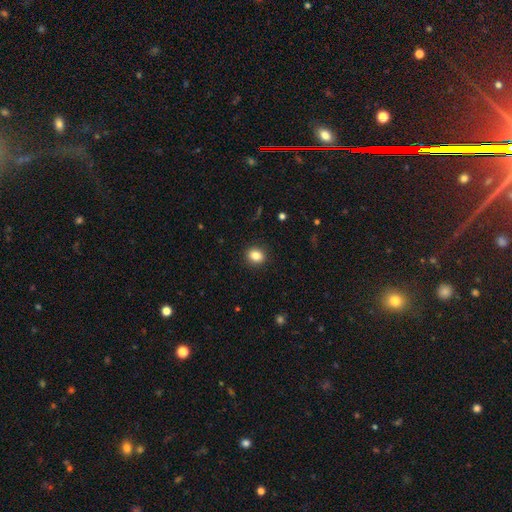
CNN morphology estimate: Smooth or featured: smooth — 84% (star or artifact — 10%)
How rounded: round — 66% (in between — 33%)
Merging: none — 91% (minor disturbance — 6%)